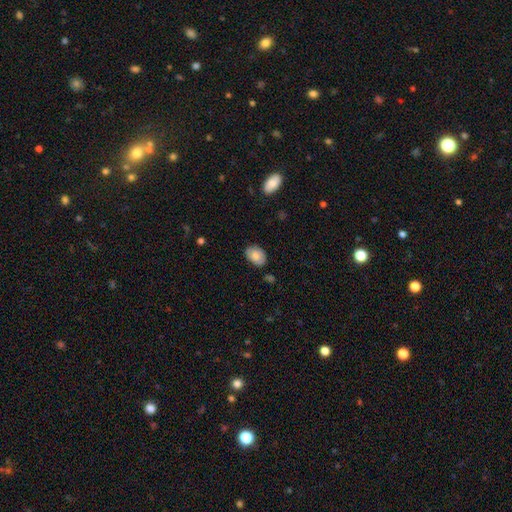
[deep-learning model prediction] smooth 70%, featured or disk 24%, star or artifact 7%. Down the decision tree: how rounded — in between (83%); merging — none (78%).